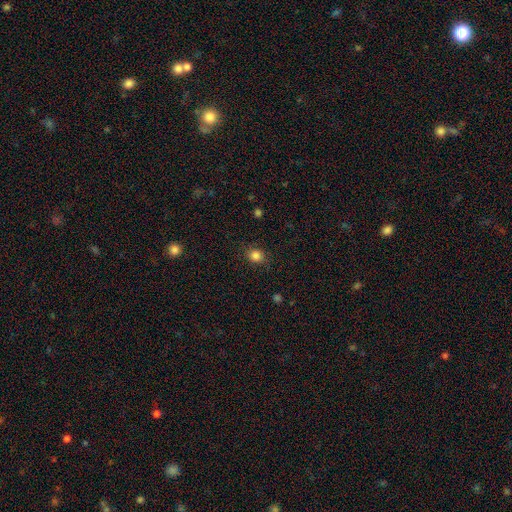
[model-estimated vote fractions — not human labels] Morphology: type=smooth (84%); roundness=round (72%); merging=none (84%).